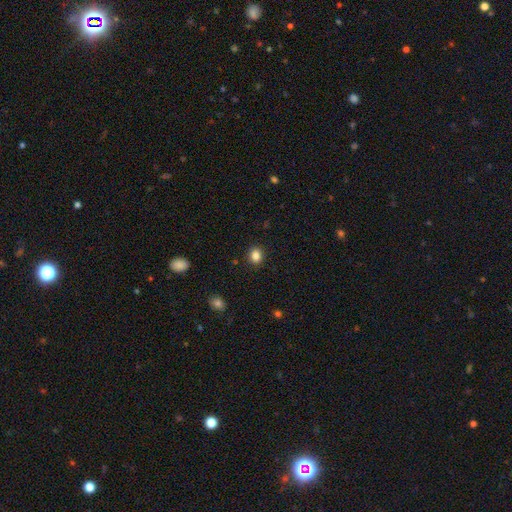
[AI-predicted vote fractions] Smooth or featured?
  - smooth: 85% *
  - star or artifact: 11%
  - featured or disk: 4%
How rounded?
  - round: 66% *
  - in between: 34%
  - cigar-shaped: 1%
Merging?
  - none: 90% *
  - minor disturbance: 7%
  - major disturbance: 2%
  - merger: 1%